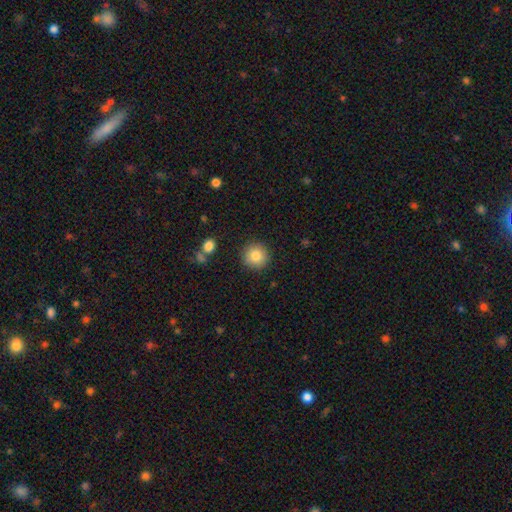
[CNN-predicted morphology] Smooth or featured: smooth — 84% (star or artifact — 9%)
How rounded: round — 94% (in between — 5%)
Merging: none — 90% (minor disturbance — 7%)